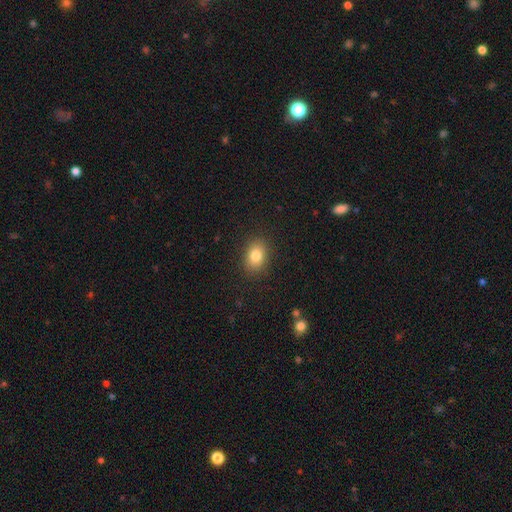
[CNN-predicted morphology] A smooth galaxy with no disk features (83%) that is in between round and cigar-shaped (69%).

Vote fractions:
- Smooth or featured? smooth: 83% / star or artifact: 10% / featured or disk: 8%
- How rounded? in between: 69% / round: 30% / cigar-shaped: 1%
- Merging? none: 88% / minor disturbance: 8% / major disturbance: 3% / merger: 1%